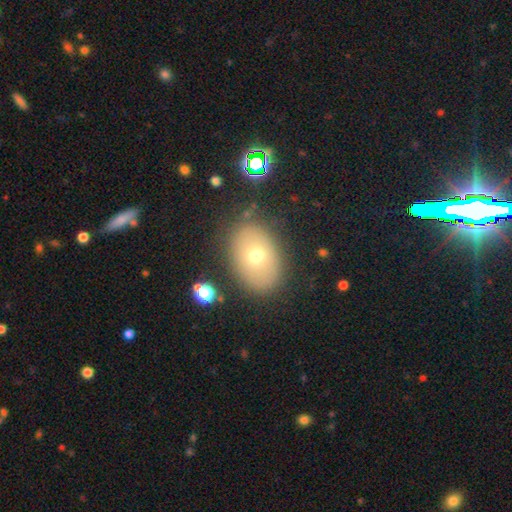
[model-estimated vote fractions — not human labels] Smooth or featured?
  - smooth: 64% *
  - featured or disk: 24%
  - star or artifact: 12%
How rounded?
  - in between: 77% *
  - round: 22%
  - cigar-shaped: 1%
Merging?
  - none: 82% *
  - minor disturbance: 11%
  - major disturbance: 4%
  - merger: 2%